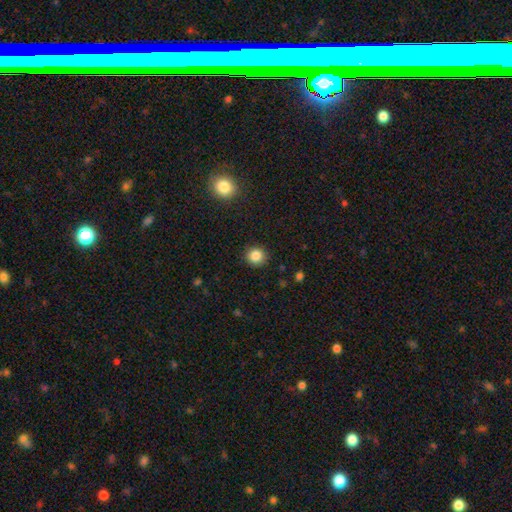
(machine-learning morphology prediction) A smooth galaxy with no disk features (85%) that is round (91%). Merging: none (90%).